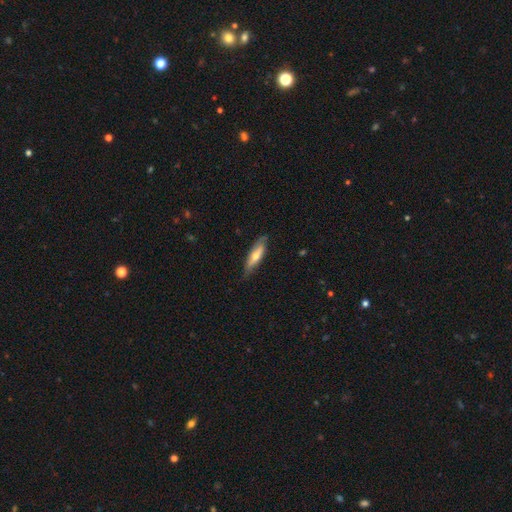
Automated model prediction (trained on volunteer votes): This is possibly a smooth galaxy (51%). How rounded: likely cigar-shaped (63%). Merging: likely none (75%).